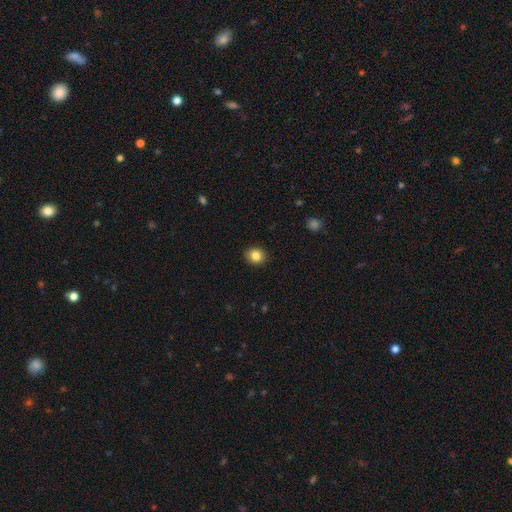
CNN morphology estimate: smooth_or_featured: smooth (p=0.84) [alt: star or artifact p=0.10]
how_rounded: round (p=0.63) [alt: in between p=0.36]
merging: none (p=0.90) [alt: minor disturbance p=0.07]